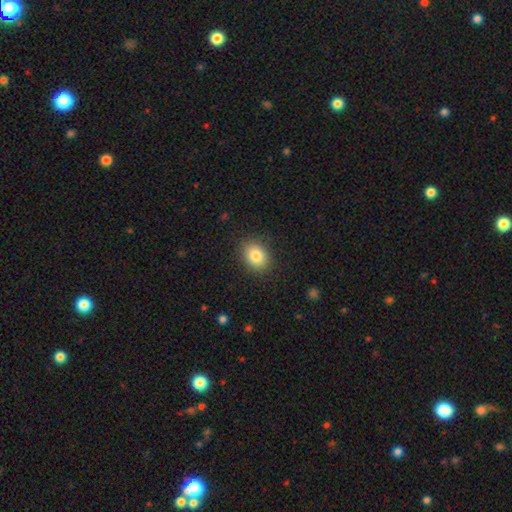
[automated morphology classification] type=smooth (83%); roundness=in between (57%); merging=none (87%).